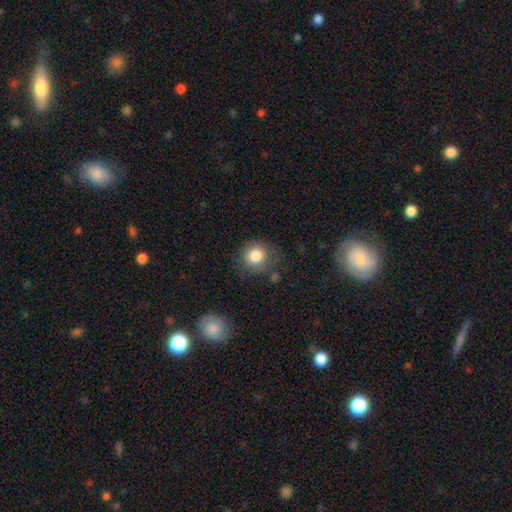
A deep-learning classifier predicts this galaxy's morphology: smooth_or_featured: smooth (p=0.83) [alt: star or artifact p=0.09]
how_rounded: round (p=0.85) [alt: in between p=0.14]
merging: none (p=0.72) [alt: minor disturbance p=0.18]